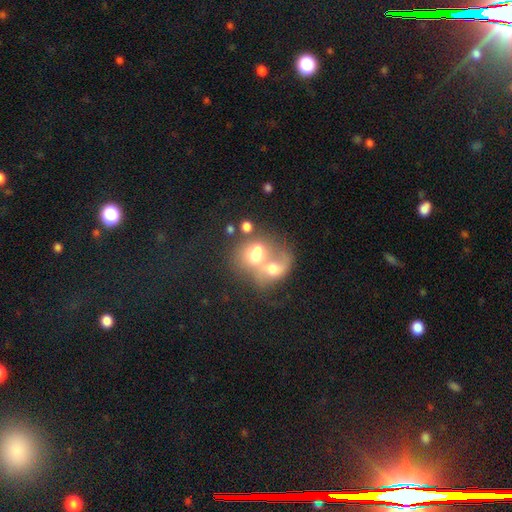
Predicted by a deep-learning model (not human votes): Smooth or featured: smooth — 51% (featured or disk — 37%)
How rounded: in between — 51% (round — 48%)
Merging: merger — 74% (none — 11%)